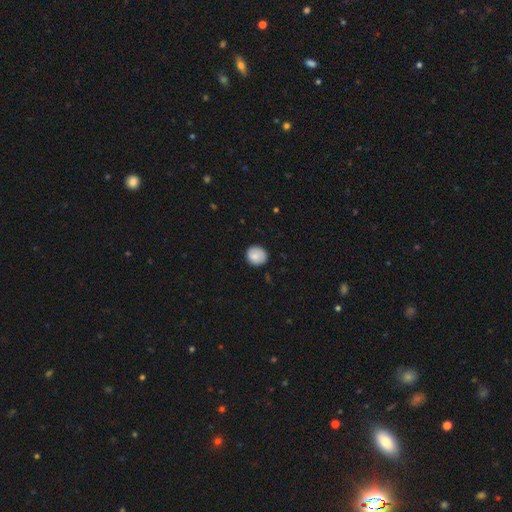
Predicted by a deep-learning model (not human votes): A smooth galaxy with no disk features (81%) that is round (82%).

Vote fractions:
- Smooth or featured? smooth: 81% / featured or disk: 11% / star or artifact: 7%
- How rounded? round: 82% / in between: 17% / cigar-shaped: 1%
- Merging? none: 82% / minor disturbance: 14% / major disturbance: 2% / merger: 1%